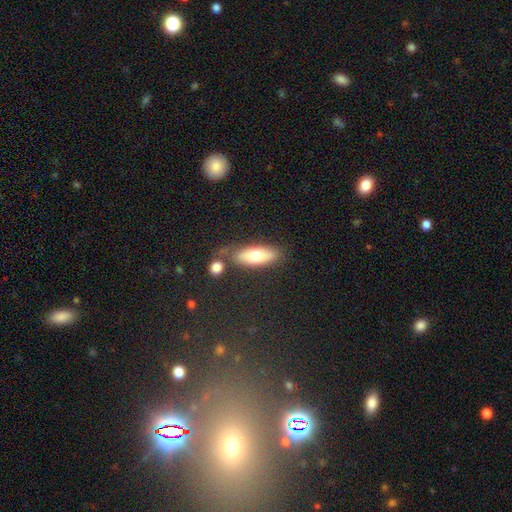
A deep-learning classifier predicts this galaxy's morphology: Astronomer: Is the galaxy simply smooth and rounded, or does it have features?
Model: smooth — 71%.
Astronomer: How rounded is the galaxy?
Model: in between — 68%.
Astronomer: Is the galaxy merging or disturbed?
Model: none — 64%.